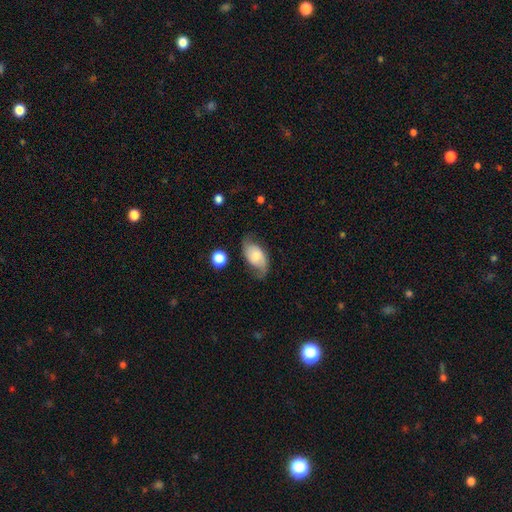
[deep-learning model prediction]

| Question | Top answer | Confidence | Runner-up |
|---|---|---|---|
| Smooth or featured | featured or disk | 51% | smooth (41%) |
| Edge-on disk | no | 94% | yes (6%) |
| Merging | none | 60% | minor disturbance (26%) |